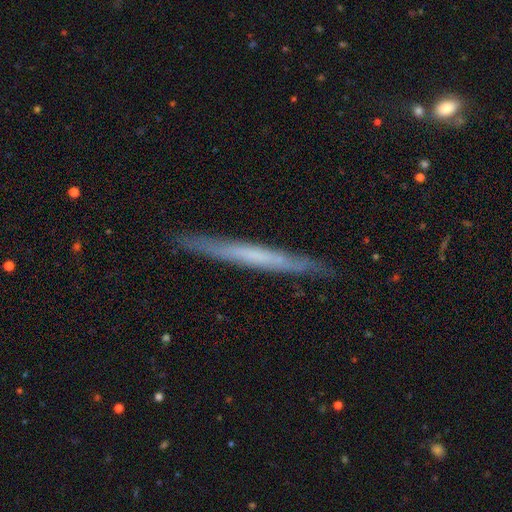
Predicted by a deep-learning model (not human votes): This appears to be a featured or disk galaxy (53%) viewed edge-on (95%) with no central bulge (86%). Merging: none (89%).